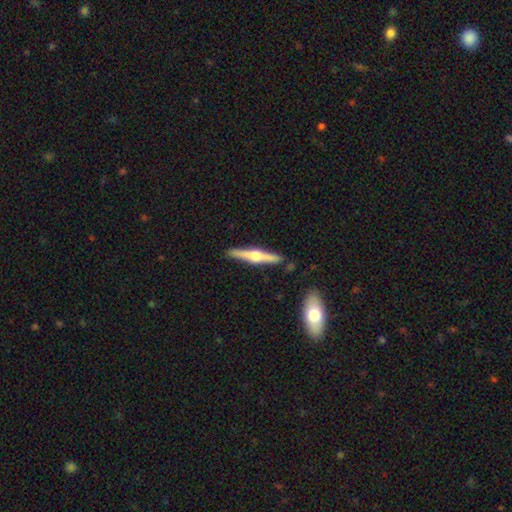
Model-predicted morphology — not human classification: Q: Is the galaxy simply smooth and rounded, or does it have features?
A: featured or disk — 73%.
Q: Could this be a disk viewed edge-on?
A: yes — 98%.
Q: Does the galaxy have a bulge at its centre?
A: rounded — 94%.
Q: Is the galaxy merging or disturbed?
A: none — 89%.